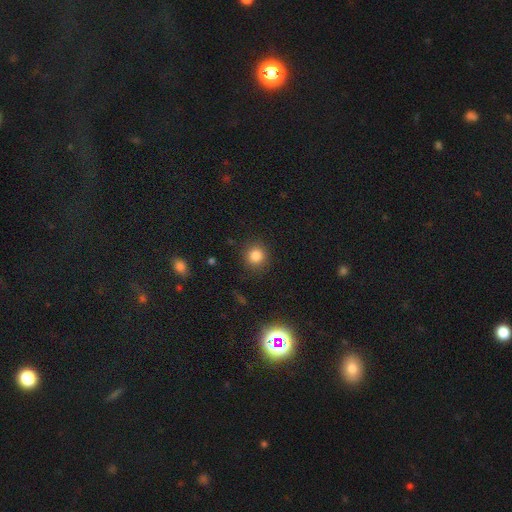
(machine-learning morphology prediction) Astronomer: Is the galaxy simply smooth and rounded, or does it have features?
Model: smooth — 83%.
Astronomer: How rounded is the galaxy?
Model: round — 90%.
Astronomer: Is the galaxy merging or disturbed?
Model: none — 89%.